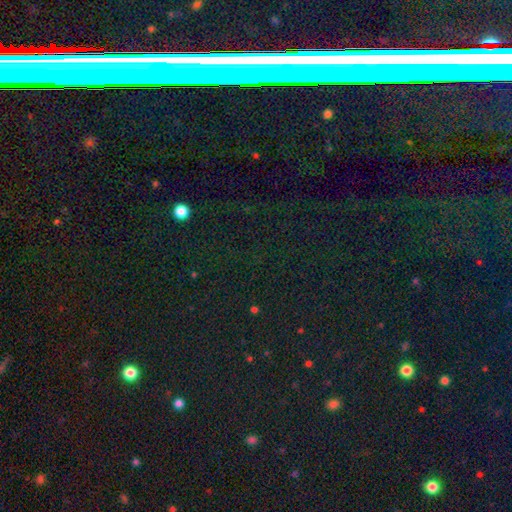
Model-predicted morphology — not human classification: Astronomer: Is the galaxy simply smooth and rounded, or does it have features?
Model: star or artifact — 70%.